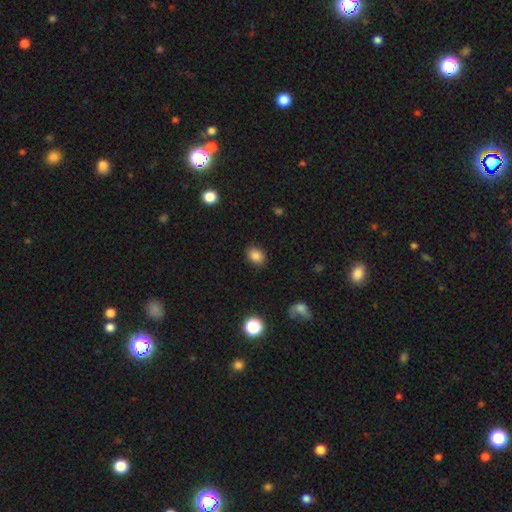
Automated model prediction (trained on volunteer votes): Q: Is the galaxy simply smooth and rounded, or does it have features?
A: smooth — 85%.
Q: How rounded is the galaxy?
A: in between — 63%.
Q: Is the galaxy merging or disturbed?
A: none — 87%.